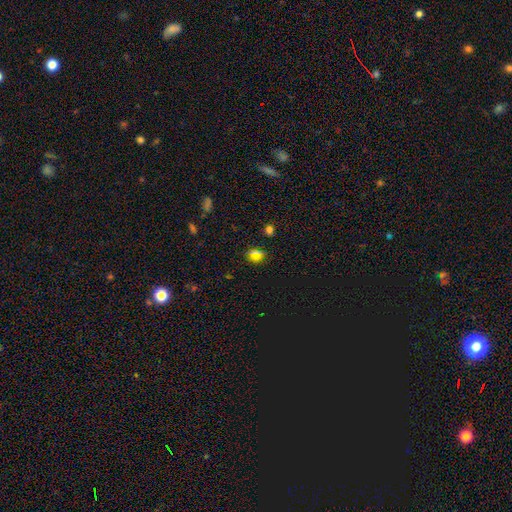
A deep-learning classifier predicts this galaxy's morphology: Smooth or featured?
  - smooth: 51% *
  - star or artifact: 41%
  - featured or disk: 8%
How rounded?
  - round: 70% *
  - in between: 26%
  - cigar-shaped: 3%
Merging?
  - none: 81% *
  - minor disturbance: 10%
  - major disturbance: 5%
  - merger: 4%